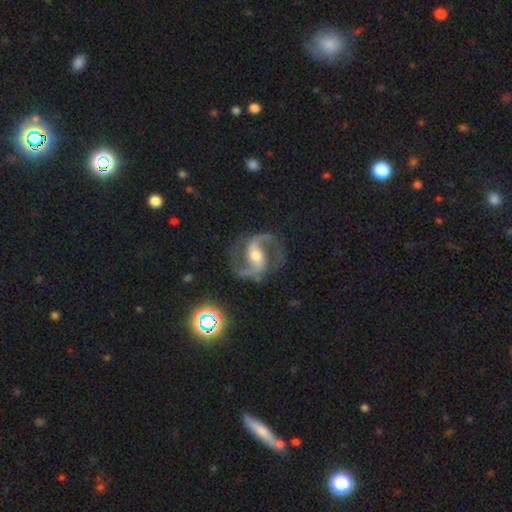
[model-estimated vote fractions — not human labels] Smooth or featured: featured or disk — 91% (star or artifact — 5%)
Edge-on disk: no — 98% (yes — 2%)
Bar: weak — 39% (strong — 38%)
Spiral arms: yes — 98% (no — 2%)
Spiral winding: medium — 62% (loose — 26%)
Spiral arm count: 2 — 94% (can't tell — 1%)
Bulge size: moderate — 66% (small — 23%)
Merging: none — 81% (minor disturbance — 12%)